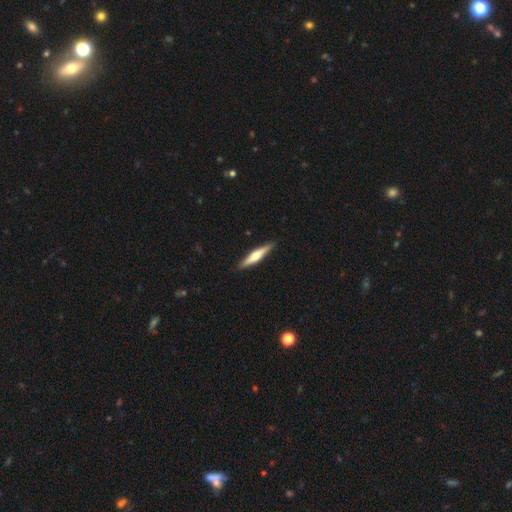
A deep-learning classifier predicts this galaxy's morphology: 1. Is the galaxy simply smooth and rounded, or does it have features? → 56% featured or disk, 39% smooth, 5% star or artifact.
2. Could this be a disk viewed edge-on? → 97% yes, 3% no.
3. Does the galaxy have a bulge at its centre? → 87% rounded, 7% boxy, 7% none.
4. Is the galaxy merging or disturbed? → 90% none, 7% minor disturbance, 1% major disturbance, 1% merger.